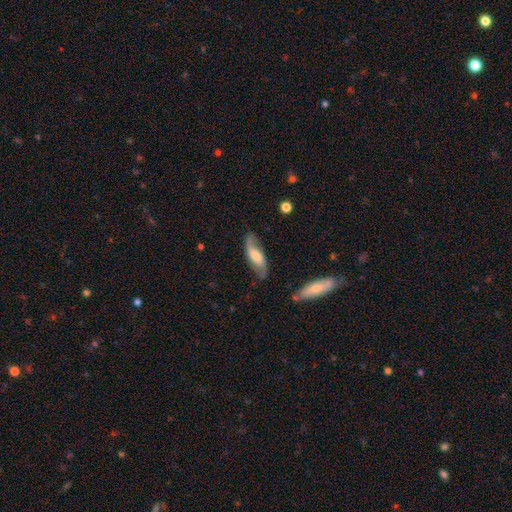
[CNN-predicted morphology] Smooth or featured: featured or disk — 58% (smooth — 36%)
Edge-on disk: no — 83% (yes — 17%)
Merging: none — 69% (minor disturbance — 21%)